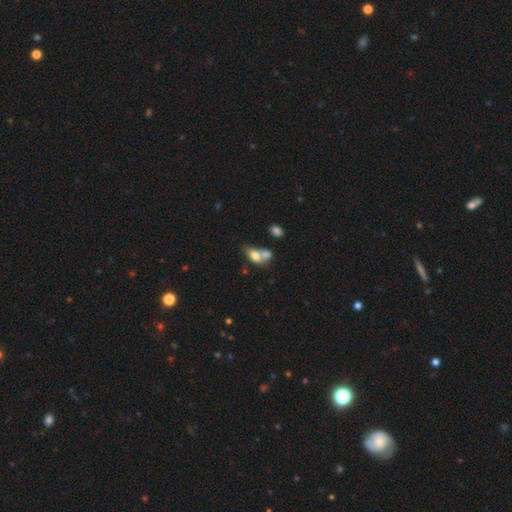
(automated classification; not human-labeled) Smooth or featured: smooth — 71% (featured or disk — 20%)
How rounded: in between — 81% (round — 14%)
Merging: merger — 59% (none — 22%)